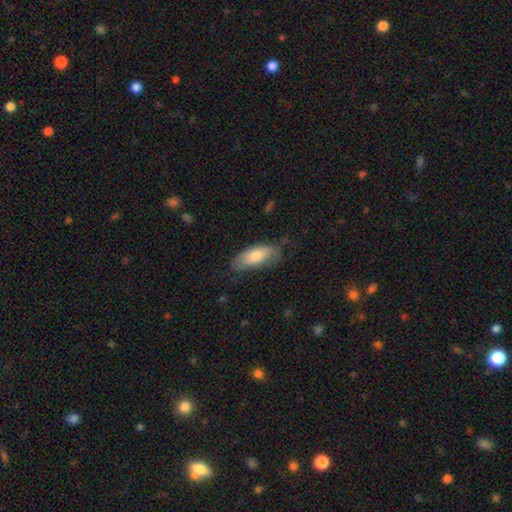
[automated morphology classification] A smooth galaxy with no disk features (72%) that is in between round and cigar-shaped (78%).

Vote fractions:
- Smooth or featured? smooth: 72% / featured or disk: 22% / star or artifact: 6%
- How rounded? in between: 78% / cigar-shaped: 20% / round: 2%
- Merging? none: 59% / minor disturbance: 30% / major disturbance: 10% / merger: 2%